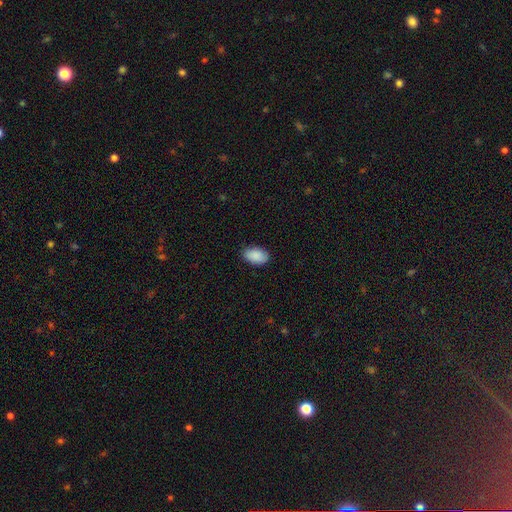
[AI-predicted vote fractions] Smooth or featured? smooth (90%)
How rounded? in between (93%)
Merging? none (86%)